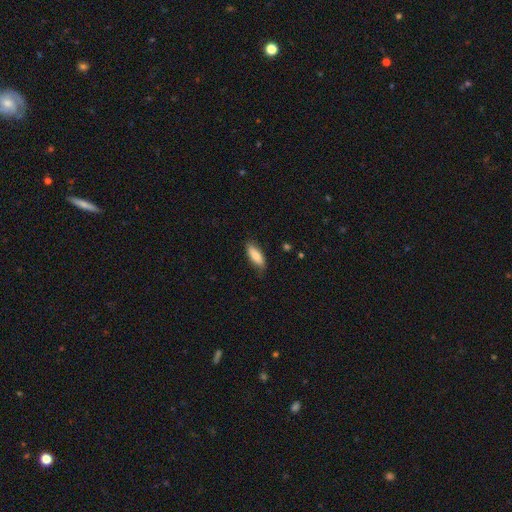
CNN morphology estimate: smooth-or-featured: smooth: 80% | featured or disk: 14% | star or artifact: 6%
  how-rounded: in between: 72% | cigar-shaped: 26% | round: 2%
  merging: none: 78% | minor disturbance: 18% | major disturbance: 3% | merger: 1%